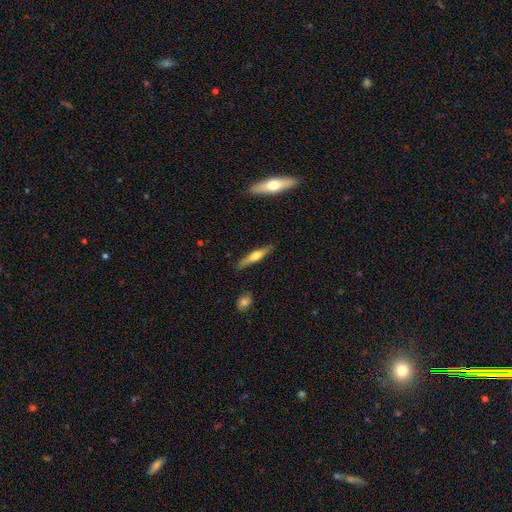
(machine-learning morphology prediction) This appears to be a featured or disk galaxy (54%) viewed edge-on (95%) with a rounded central bulge (88%). Merging: none (86%).